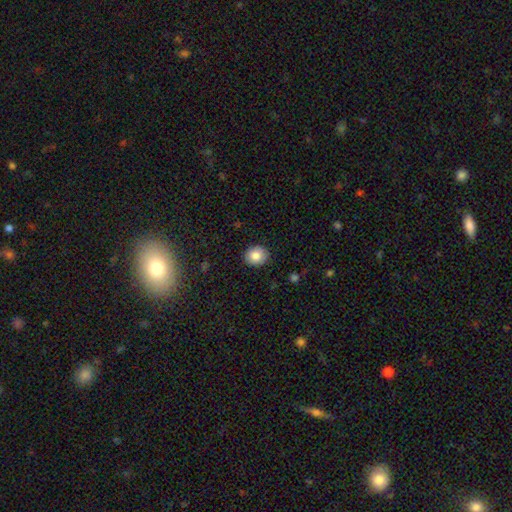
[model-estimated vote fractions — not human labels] Q: Smooth or featured?
A: smooth (85%); runner-up: star or artifact (8%)
Q: How rounded?
A: round (68%); runner-up: in between (32%)
Q: Merging?
A: none (88%); runner-up: minor disturbance (9%)